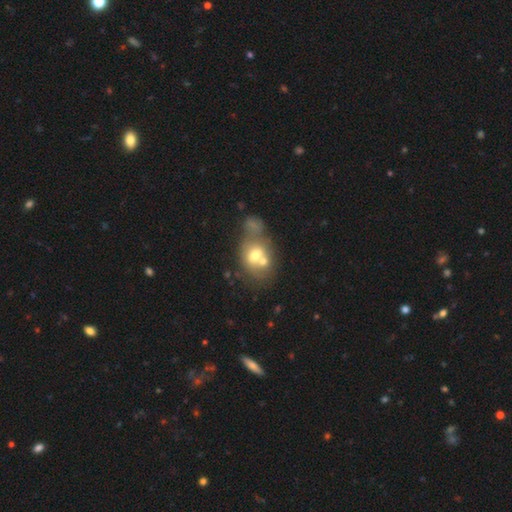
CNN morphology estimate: Smooth or featured?
  - smooth: 58% *
  - featured or disk: 32%
  - star or artifact: 11%
How rounded?
  - in between: 56% *
  - round: 43%
  - cigar-shaped: 1%
Merging?
  - merger: 53% *
  - none: 26%
  - minor disturbance: 12%
  - major disturbance: 9%